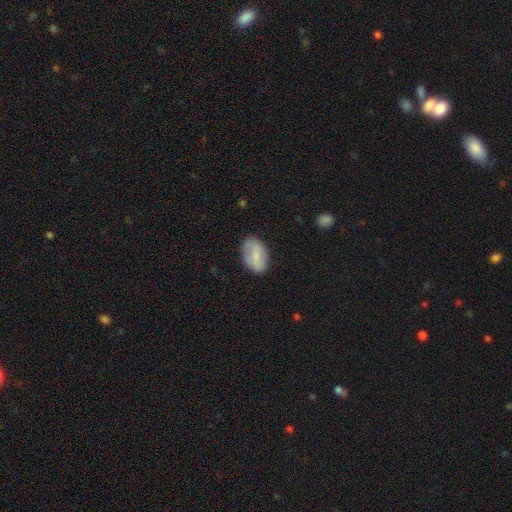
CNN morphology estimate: smooth-or-featured: smooth: 67% | featured or disk: 26% | star or artifact: 7%
  how-rounded: in between: 89% | round: 9% | cigar-shaped: 2%
  merging: none: 75% | minor disturbance: 18% | major disturbance: 5% | merger: 1%